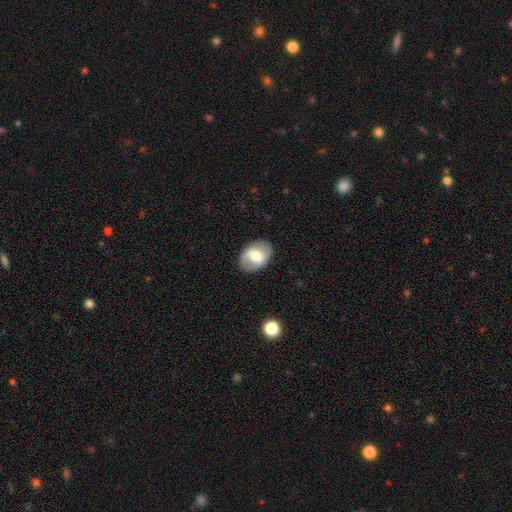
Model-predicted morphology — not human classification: Smooth or featured? smooth (55%)
How rounded? in between (76%)
Merging? none (85%)